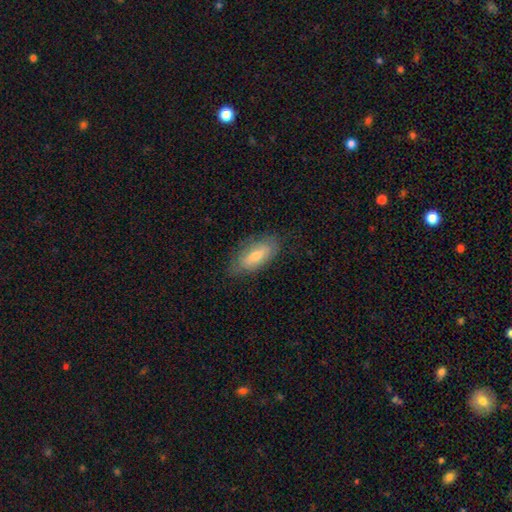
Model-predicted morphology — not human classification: Smooth or featured: smooth — 66% (featured or disk — 28%)
How rounded: in between — 81% (cigar-shaped — 16%)
Merging: none — 78% (minor disturbance — 17%)